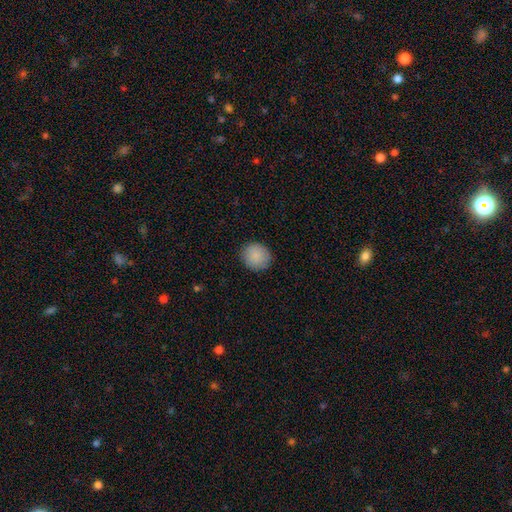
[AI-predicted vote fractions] smooth 88%, star or artifact 8%, featured or disk 4%. Down the decision tree: how rounded — round (85%); merging — none (89%).